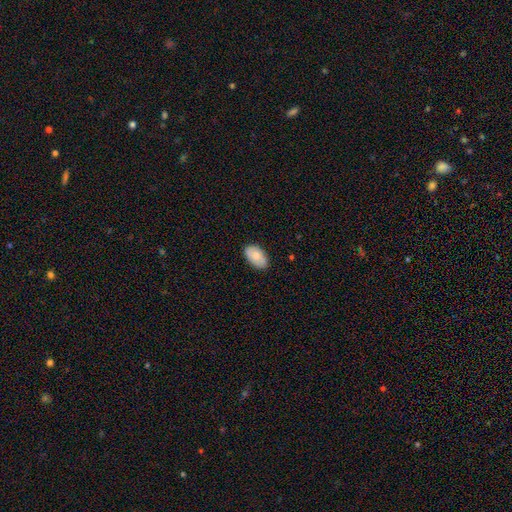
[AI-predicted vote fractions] Q: Smooth or featured?
A: smooth (76%); runner-up: featured or disk (17%)
Q: How rounded?
A: in between (94%); runner-up: round (5%)
Q: Merging?
A: none (84%); runner-up: minor disturbance (13%)